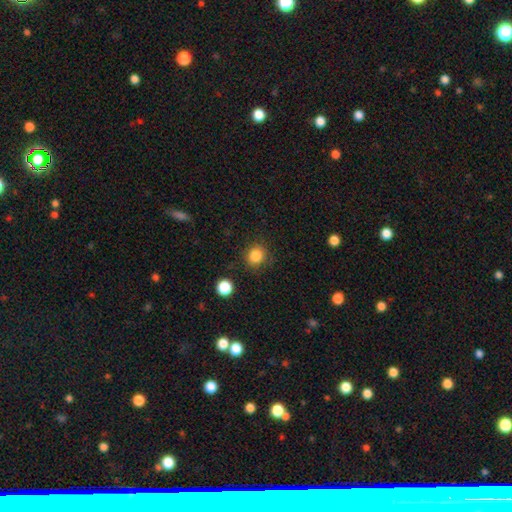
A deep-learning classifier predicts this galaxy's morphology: Overall: smooth (85%). How rounded: round (87%). Merging: none (86%).